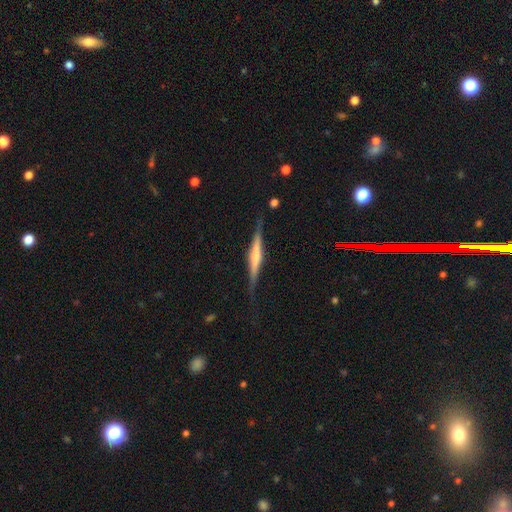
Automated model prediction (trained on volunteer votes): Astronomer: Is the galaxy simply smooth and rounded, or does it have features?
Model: featured or disk — 69%.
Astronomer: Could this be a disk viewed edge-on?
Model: yes — 97%.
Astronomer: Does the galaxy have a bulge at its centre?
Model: rounded — 46% (runner-up: boxy, 31%).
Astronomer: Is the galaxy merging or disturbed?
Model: none — 84%.